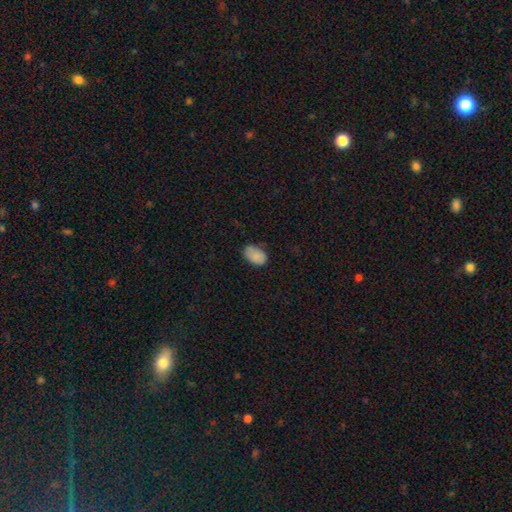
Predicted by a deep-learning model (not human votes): The model was most divided on "merging": none: 69%, minor disturbance: 25%, major disturbance: 5%, merger: 1%. More confident: how rounded — in between (88%); smooth or featured — smooth (86%).